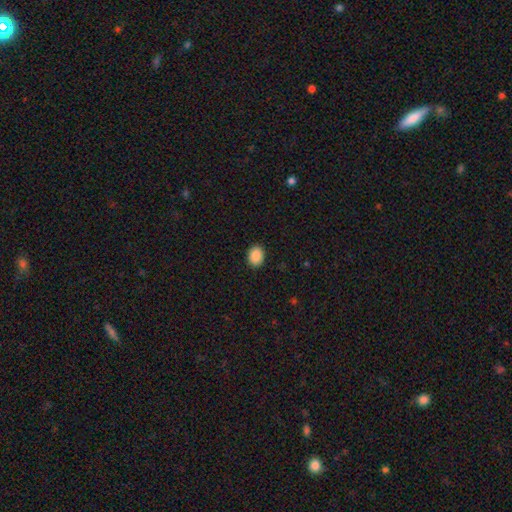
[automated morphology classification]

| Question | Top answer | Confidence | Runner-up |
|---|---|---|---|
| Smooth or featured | smooth | 89% | star or artifact (8%) |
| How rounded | in between | 61% | round (38%) |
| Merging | none | 90% | minor disturbance (7%) |